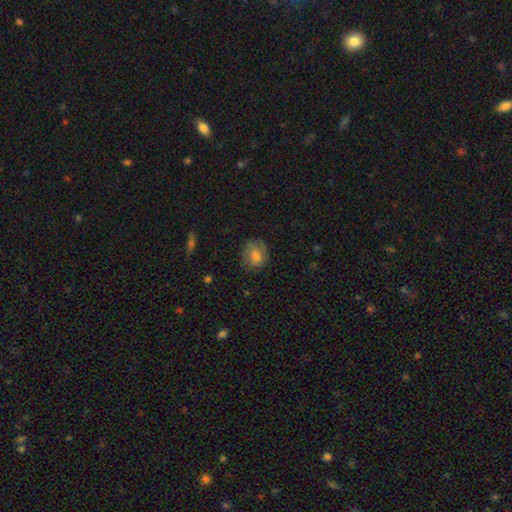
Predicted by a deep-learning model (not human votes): The model was most divided on "how rounded": round: 71%, in between: 28%, cigar-shaped: 1%. More confident: merging — none (77%); smooth or featured — smooth (75%).